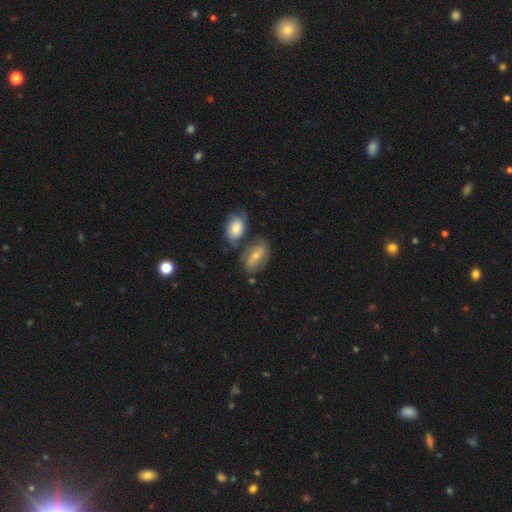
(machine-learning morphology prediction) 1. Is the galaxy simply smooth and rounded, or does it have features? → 57% featured or disk, 35% smooth, 8% star or artifact.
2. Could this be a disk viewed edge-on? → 94% no, 6% yes.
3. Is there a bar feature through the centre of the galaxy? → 40% no, 39% weak, 21% strong.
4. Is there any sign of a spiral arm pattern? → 78% yes, 22% no.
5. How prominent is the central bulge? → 52% small, 43% moderate, 2% large, 2% none, 1% dominant.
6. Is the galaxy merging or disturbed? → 54% none, 21% merger, 18% minor disturbance, 7% major disturbance.